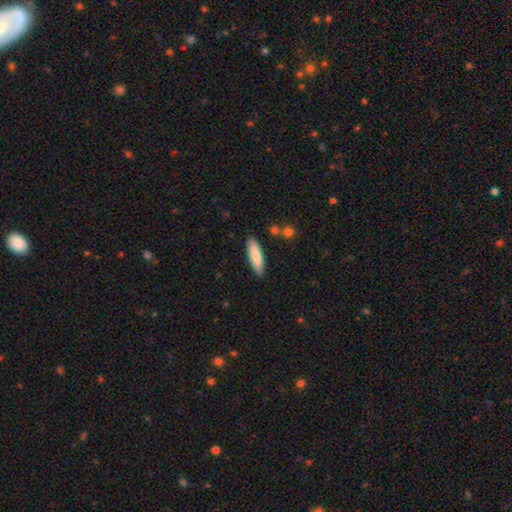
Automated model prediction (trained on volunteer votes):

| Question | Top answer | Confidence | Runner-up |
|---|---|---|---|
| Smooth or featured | smooth | 83% | featured or disk (12%) |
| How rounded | cigar-shaped | 62% | in between (37%) |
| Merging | none | 87% | minor disturbance (9%) |